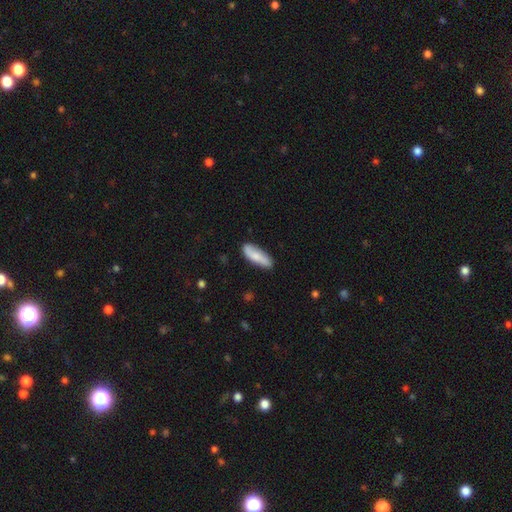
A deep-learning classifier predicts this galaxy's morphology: Smooth or featured?
  - smooth: 73% *
  - featured or disk: 21%
  - star or artifact: 5%
How rounded?
  - in between: 53% *
  - cigar-shaped: 45%
  - round: 2%
Merging?
  - none: 79% *
  - minor disturbance: 16%
  - major disturbance: 3%
  - merger: 2%